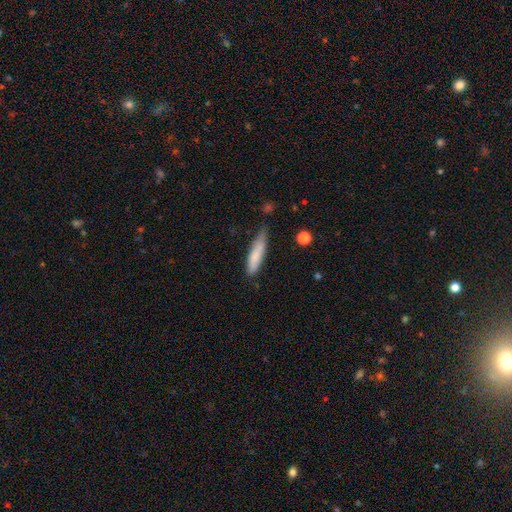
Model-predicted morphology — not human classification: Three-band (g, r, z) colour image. It shows a smooth galaxy with no disk features (80%) that is cigar-shaped (79%). Merging: none (58%).